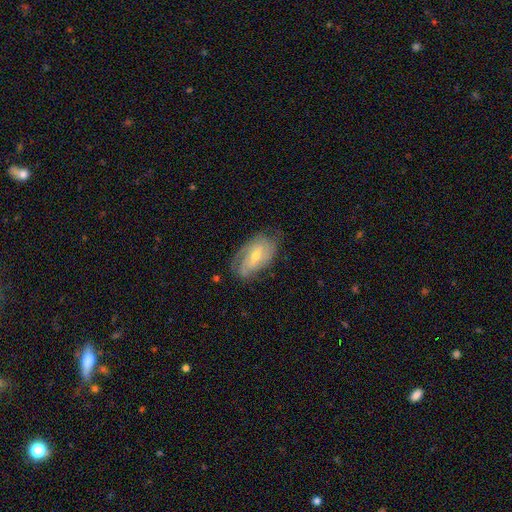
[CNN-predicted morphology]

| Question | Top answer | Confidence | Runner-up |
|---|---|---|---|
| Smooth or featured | featured or disk | 69% | smooth (25%) |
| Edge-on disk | no | 94% | yes (6%) |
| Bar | no | 46% | weak (41%) |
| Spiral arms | yes | 87% | no (13%) |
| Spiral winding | tight | 50% | medium (35%) |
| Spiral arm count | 2 | 39% | can't tell (32%) |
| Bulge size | small | 50% | moderate (46%) |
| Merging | none | 65% | minor disturbance (24%) |